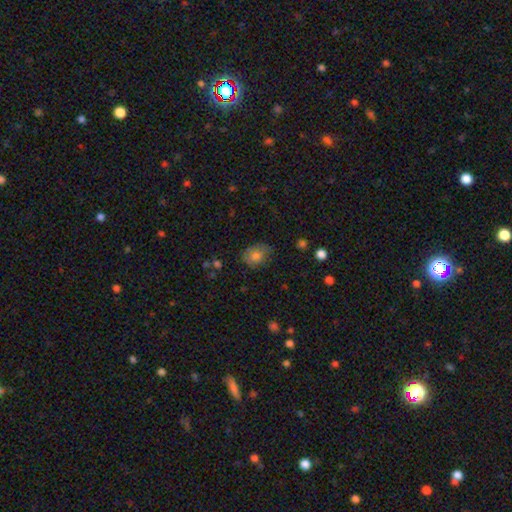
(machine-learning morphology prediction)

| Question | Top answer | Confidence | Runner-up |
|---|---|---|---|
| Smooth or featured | smooth | 78% | featured or disk (13%) |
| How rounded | in between | 63% | round (36%) |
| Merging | none | 64% | minor disturbance (27%) |